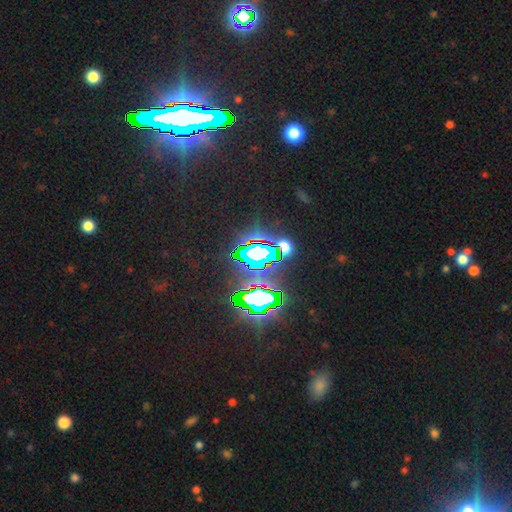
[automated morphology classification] This is likely a star or artifact rather than a galaxy (79%).